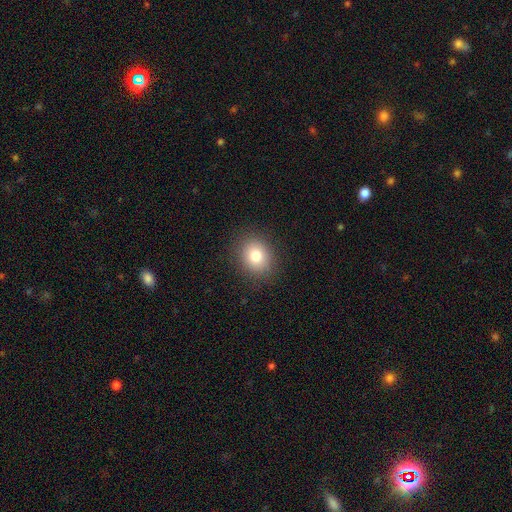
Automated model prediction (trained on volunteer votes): The model was most divided on "how rounded": round: 69%, in between: 30%, cigar-shaped: 1%. More confident: merging — none (88%); smooth or featured — smooth (79%).